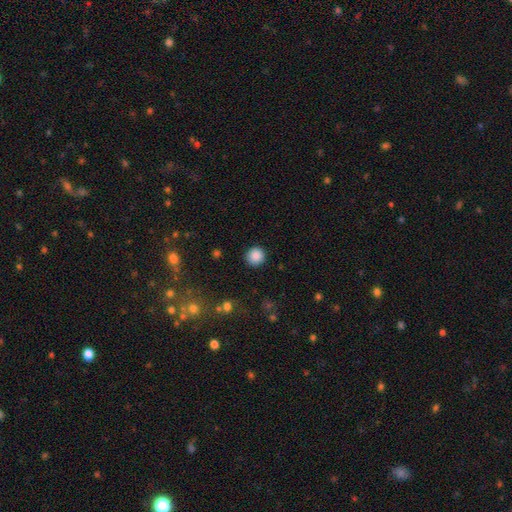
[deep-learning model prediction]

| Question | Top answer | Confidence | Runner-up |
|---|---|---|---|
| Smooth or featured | smooth | 87% | star or artifact (9%) |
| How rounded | round | 94% | in between (5%) |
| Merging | none | 91% | minor disturbance (6%) |